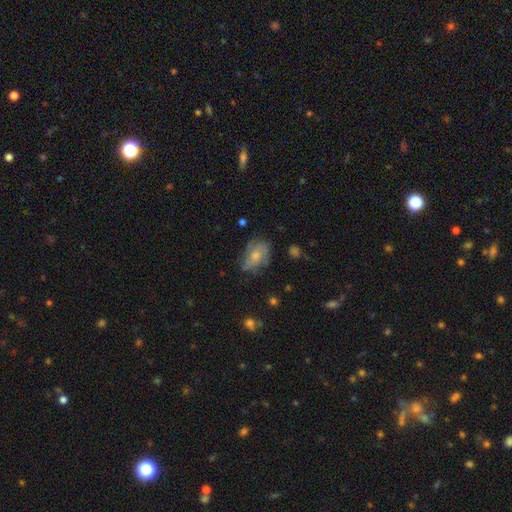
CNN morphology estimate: A smooth galaxy with no disk features (55%) that is in between round and cigar-shaped (80%). Merging: none (54%).